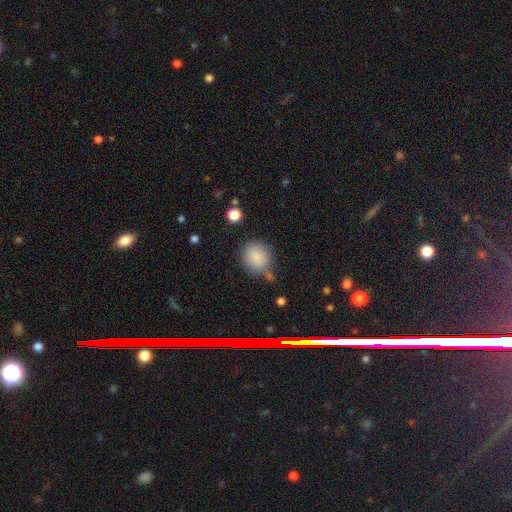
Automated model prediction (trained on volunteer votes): Smooth or featured? Predicted: smooth (p=0.85). How rounded? Predicted: round (p=0.77). Merging? Predicted: none (p=0.63).